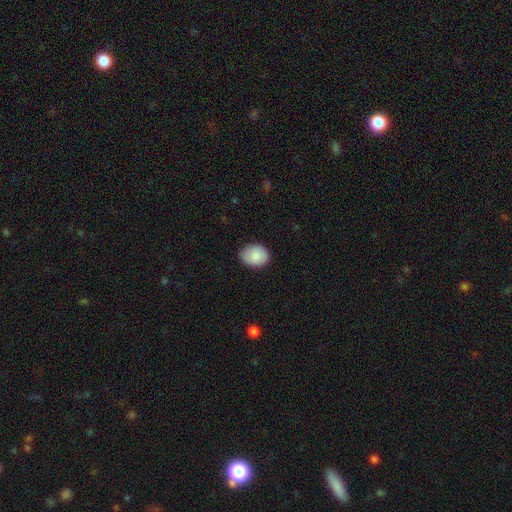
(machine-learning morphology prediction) smooth-or-featured: smooth: 86% | featured or disk: 7% | star or artifact: 7%
  how-rounded: in between: 58% | round: 41% | cigar-shaped: 1%
  merging: none: 79% | minor disturbance: 18% | major disturbance: 3% | merger: 1%